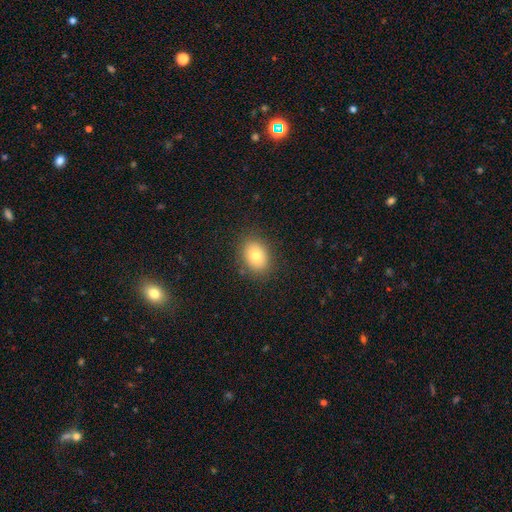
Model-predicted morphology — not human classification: Smooth or featured? smooth (78%)
How rounded? in between (61%)
Merging? none (86%)